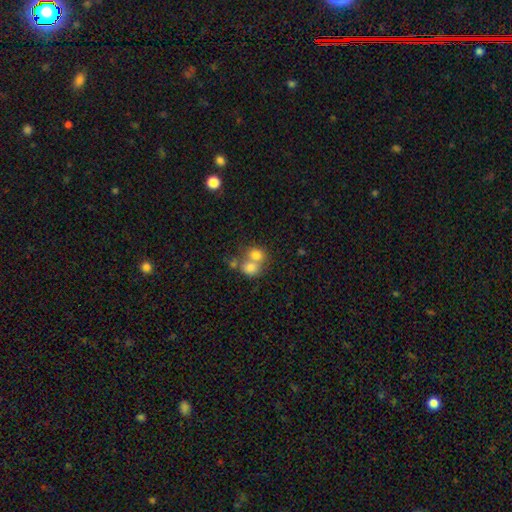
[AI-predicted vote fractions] Smooth or featured?
  - smooth: 74% *
  - featured or disk: 14%
  - star or artifact: 11%
How rounded?
  - round: 69% *
  - in between: 30%
  - cigar-shaped: 1%
Merging?
  - merger: 59% *
  - none: 31%
  - minor disturbance: 6%
  - major disturbance: 4%